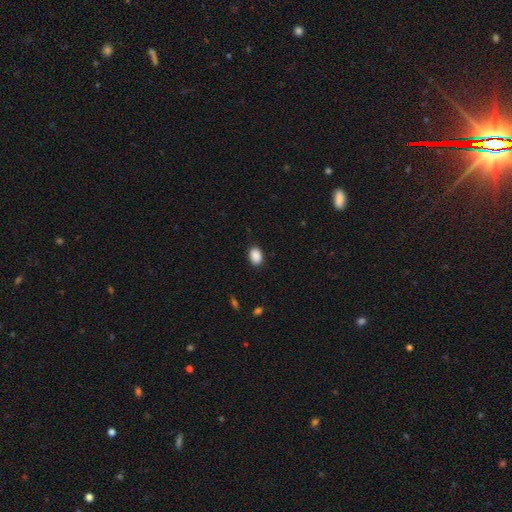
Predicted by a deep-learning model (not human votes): smooth_or_featured: smooth (p=0.90) [alt: star or artifact p=0.08]
how_rounded: in between (p=0.80) [alt: round p=0.18]
merging: none (p=0.87) [alt: minor disturbance p=0.10]